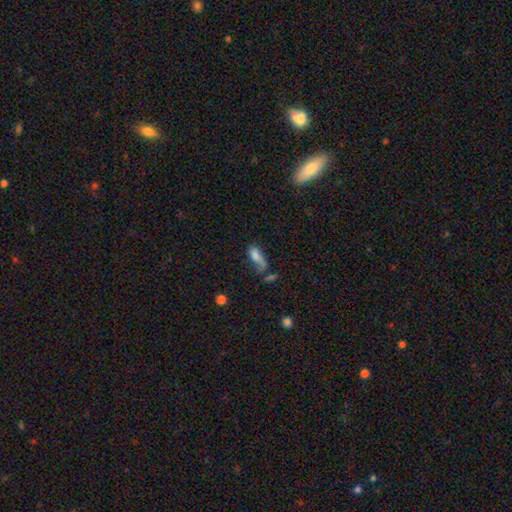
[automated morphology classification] This appears to be a smooth galaxy with no disk features (74%) that is in between round and cigar-shaped (74%). Merging: major disturbance (29%).